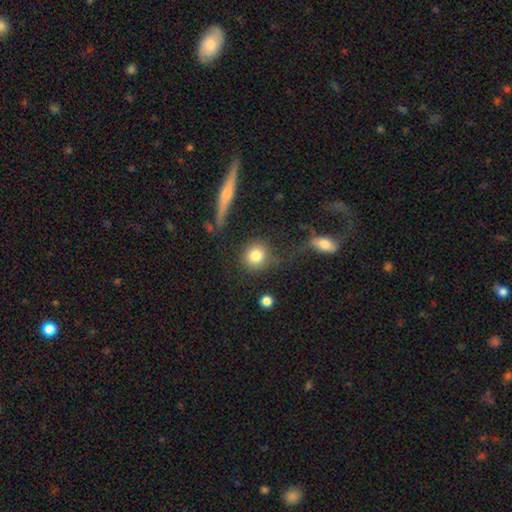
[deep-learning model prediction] This appears to be a smooth galaxy with no disk features (82%) that is round (85%). Merging: none (74%).